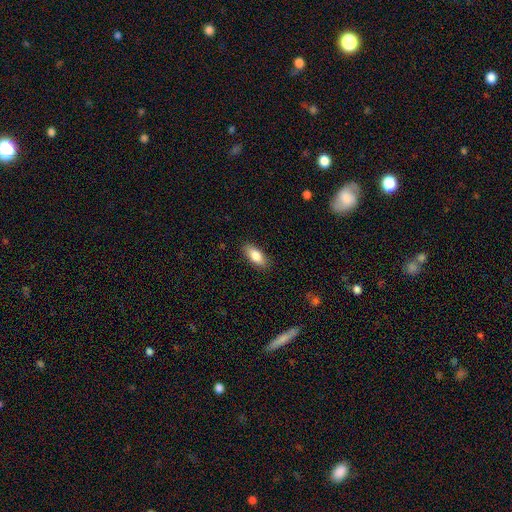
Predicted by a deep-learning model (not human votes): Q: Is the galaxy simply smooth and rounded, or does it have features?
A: smooth — 82%.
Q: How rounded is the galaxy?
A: in between — 83%.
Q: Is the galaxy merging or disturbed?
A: none — 87%.